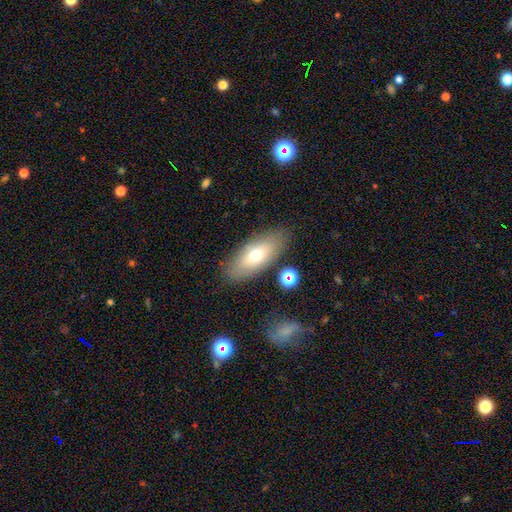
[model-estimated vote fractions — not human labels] Morphology: type=smooth (67%); roundness=in between (79%); merging=none (83%).